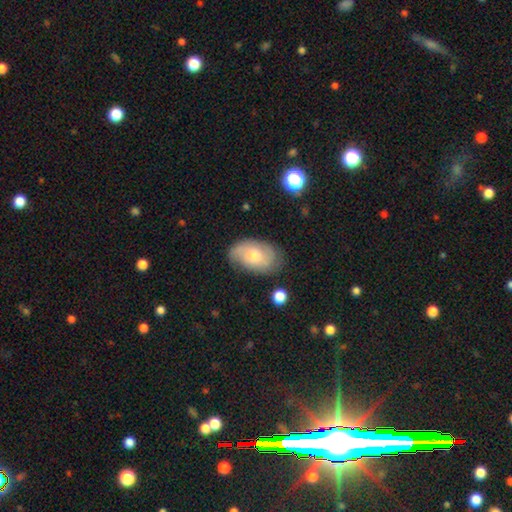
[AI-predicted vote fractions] The model was most divided on "smooth or featured": featured or disk: 50%, smooth: 41%, star or artifact: 8%. More confident: edge-on disk — no (94%); merging — none (73%).